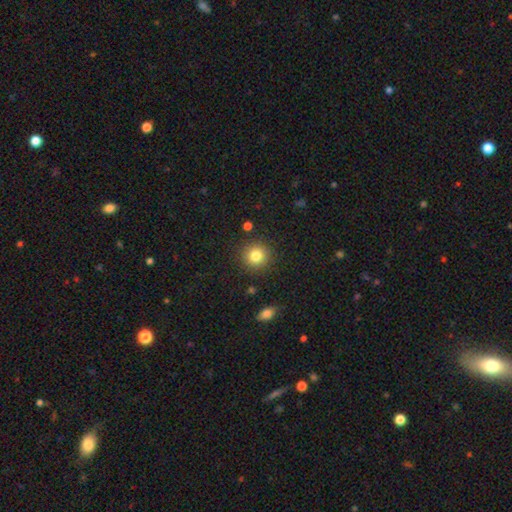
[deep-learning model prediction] Smooth or featured? Predicted: smooth (p=0.83). How rounded? Predicted: round (p=0.92). Merging? Predicted: none (p=0.89).